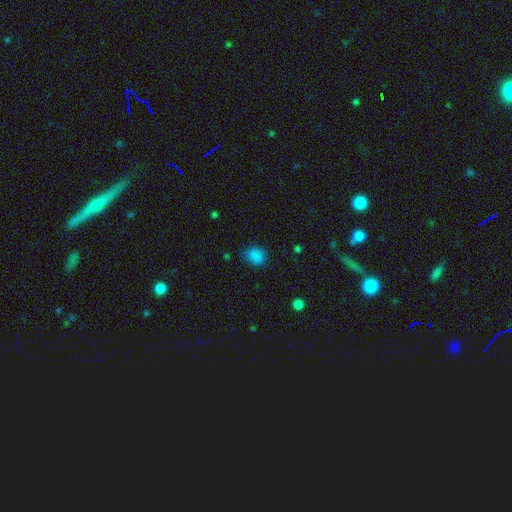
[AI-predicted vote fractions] A smooth galaxy with no disk features (84%) that is in between round and cigar-shaped (57%). Merging: none (74%).